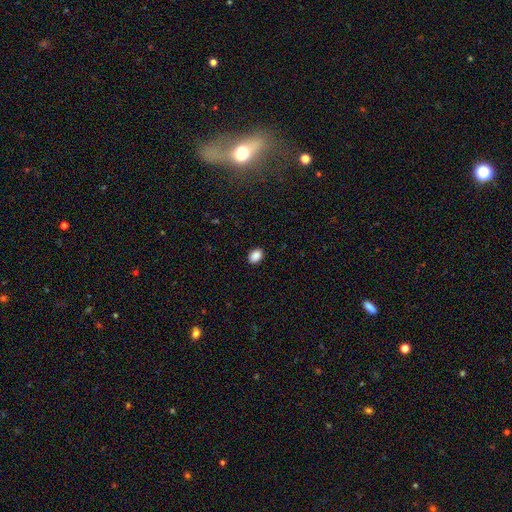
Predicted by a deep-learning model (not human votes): Smooth or featured? Predicted: smooth (p=0.89). How rounded? Predicted: in between (p=0.76). Merging? Predicted: none (p=0.90).